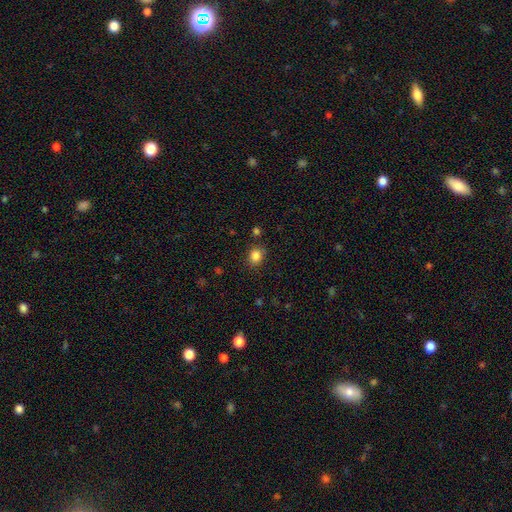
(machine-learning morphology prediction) The model was most divided on "how rounded": round: 57%, in between: 42%, cigar-shaped: 1%. More confident: smooth or featured — smooth (84%); merging — none (81%).